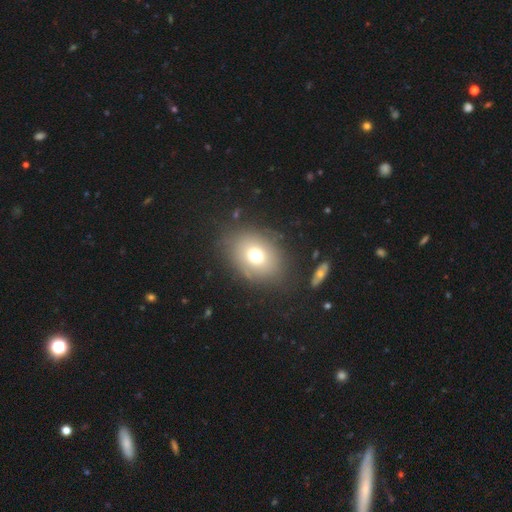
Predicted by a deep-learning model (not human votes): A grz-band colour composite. It shows a smooth galaxy with no disk features (68%) that is in between round and cigar-shaped (56%). Merging: none (78%).